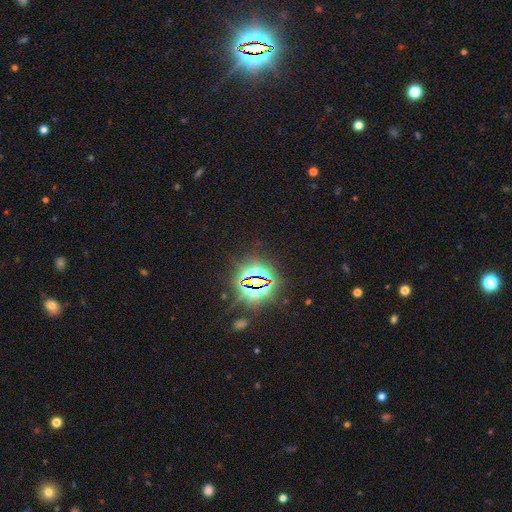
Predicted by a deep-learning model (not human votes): A star or artifact, not a galaxy (84%).

Vote fractions:
- Smooth or featured? star or artifact: 84% / smooth: 9% / featured or disk: 7%